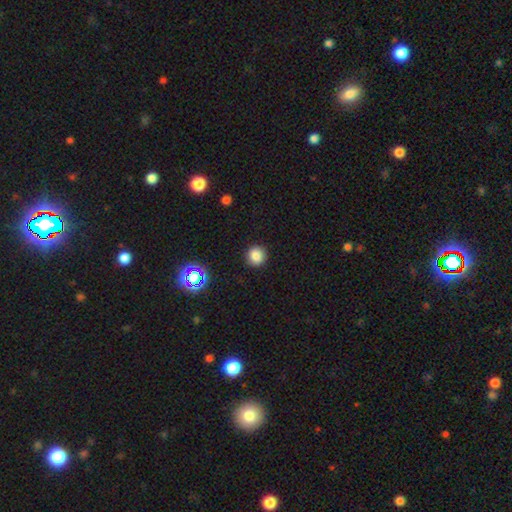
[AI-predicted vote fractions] Smooth or featured: smooth — 82% (star or artifact — 13%)
How rounded: round — 92% (in between — 7%)
Merging: none — 90% (minor disturbance — 6%)